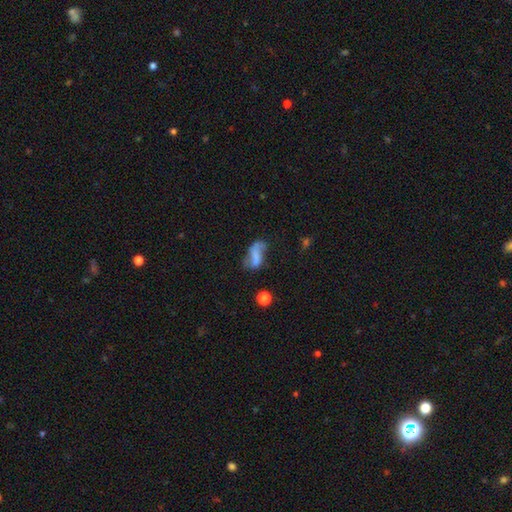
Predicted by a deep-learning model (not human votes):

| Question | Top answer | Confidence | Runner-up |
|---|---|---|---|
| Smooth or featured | smooth | 54% | featured or disk (34%) |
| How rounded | in between | 83% | cigar-shaped (10%) |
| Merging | none | 35% | minor disturbance (27%) |